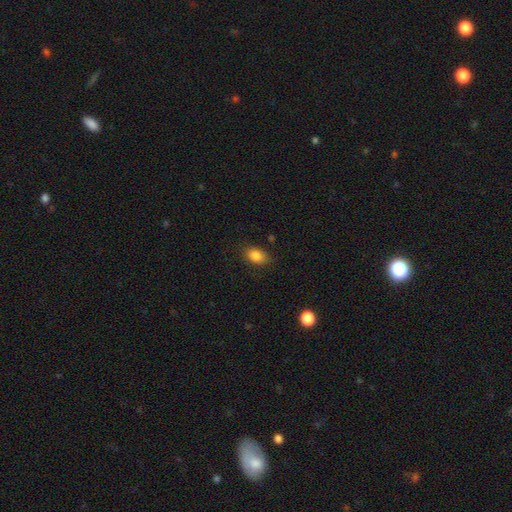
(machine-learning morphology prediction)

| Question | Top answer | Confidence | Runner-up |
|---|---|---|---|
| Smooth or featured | smooth | 85% | star or artifact (9%) |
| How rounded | in between | 82% | round (17%) |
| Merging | none | 81% | minor disturbance (14%) |